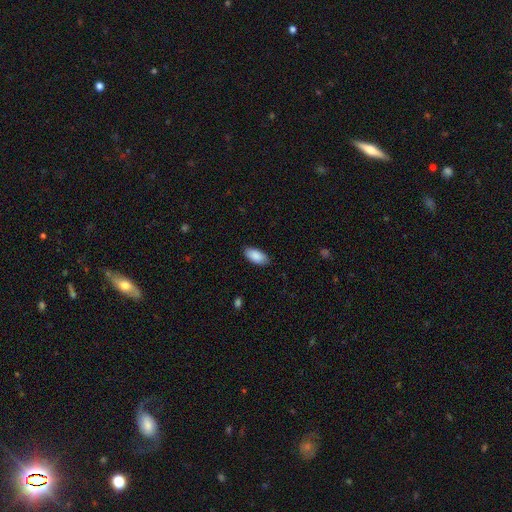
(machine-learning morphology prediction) Q: Smooth or featured?
A: smooth (90%); runner-up: star or artifact (6%)
Q: How rounded?
A: in between (93%); runner-up: cigar-shaped (5%)
Q: Merging?
A: none (87%); runner-up: minor disturbance (10%)